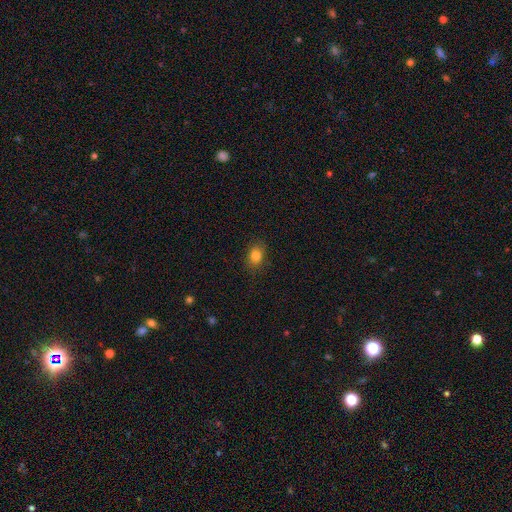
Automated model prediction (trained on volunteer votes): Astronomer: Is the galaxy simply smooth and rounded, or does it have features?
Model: smooth — 82%.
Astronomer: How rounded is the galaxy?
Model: in between — 59% (runner-up: round, 40%).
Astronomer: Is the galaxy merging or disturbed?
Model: none — 86%.